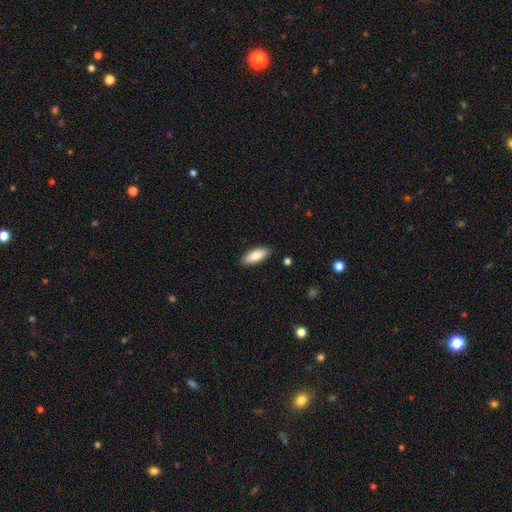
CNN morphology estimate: A smooth galaxy with no disk features (84%) that is in between round and cigar-shaped (78%). Merging: none (88%).